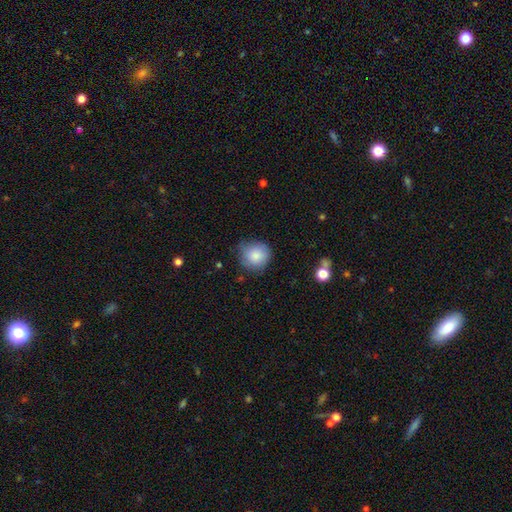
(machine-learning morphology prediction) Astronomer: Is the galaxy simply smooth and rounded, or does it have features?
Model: smooth — 84%.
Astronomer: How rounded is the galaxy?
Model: round — 89%.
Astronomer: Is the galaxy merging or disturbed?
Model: none — 69%.